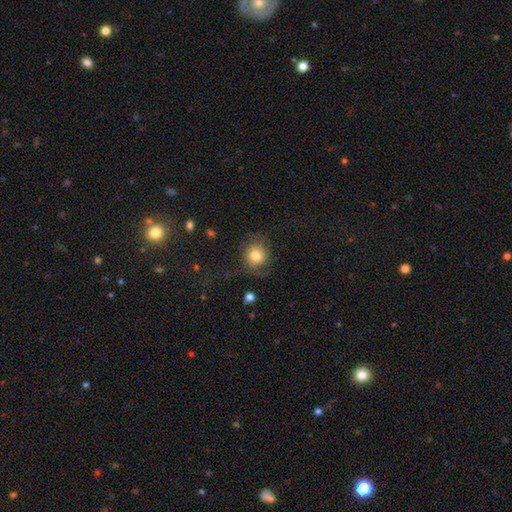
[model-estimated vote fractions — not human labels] This appears to be a smooth galaxy with no disk features (76%) that is round (88%). Merging: none (69%).